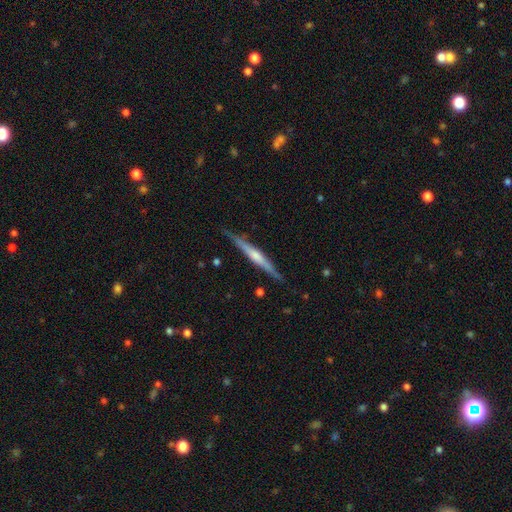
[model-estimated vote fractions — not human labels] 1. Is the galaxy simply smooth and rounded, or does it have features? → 69% featured or disk, 25% smooth, 6% star or artifact.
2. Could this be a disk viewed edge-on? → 98% yes, 2% no.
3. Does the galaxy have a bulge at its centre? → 61% rounded, 24% none, 15% boxy.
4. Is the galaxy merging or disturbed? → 86% none, 11% minor disturbance, 2% major disturbance, 1% merger.